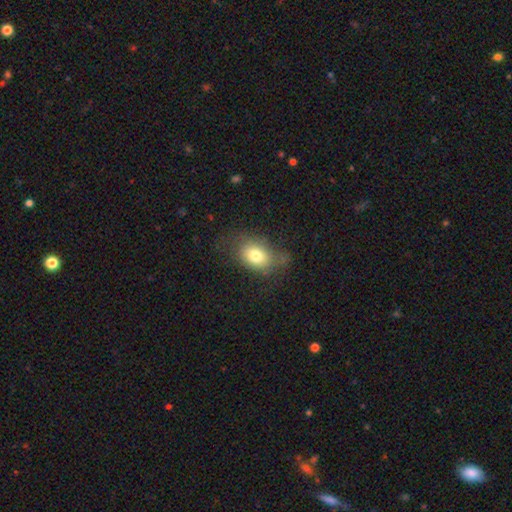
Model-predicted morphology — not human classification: The model was most divided on "merging": none: 60%, minor disturbance: 25%, major disturbance: 13%, merger: 2%. More confident: smooth or featured — smooth (75%); how rounded — in between (72%).